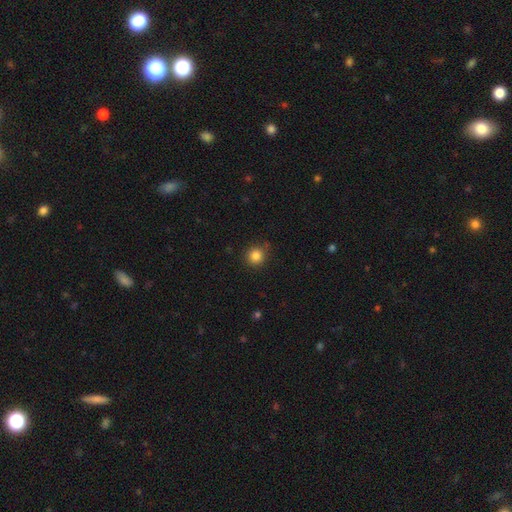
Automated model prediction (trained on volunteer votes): A smooth galaxy with no disk features (84%) that is round (93%). Merging: none (86%).